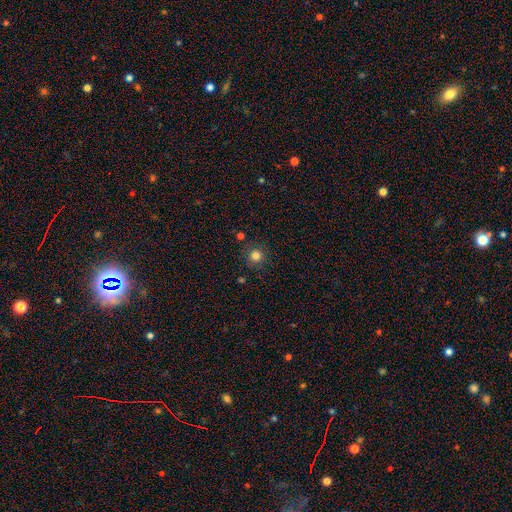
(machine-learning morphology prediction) Smooth or featured?
  - smooth: 81% *
  - star or artifact: 13%
  - featured or disk: 6%
How rounded?
  - round: 94% *
  - in between: 5%
  - cigar-shaped: 1%
Merging?
  - none: 87% *
  - minor disturbance: 8%
  - major disturbance: 3%
  - merger: 2%